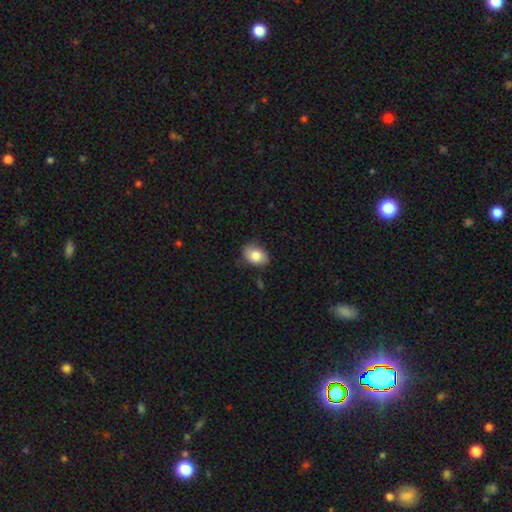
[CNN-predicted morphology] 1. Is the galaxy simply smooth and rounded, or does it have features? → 81% smooth, 11% featured or disk, 8% star or artifact.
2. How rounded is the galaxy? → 74% in between, 25% round, 1% cigar-shaped.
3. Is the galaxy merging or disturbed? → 72% none, 22% minor disturbance, 4% major disturbance, 2% merger.